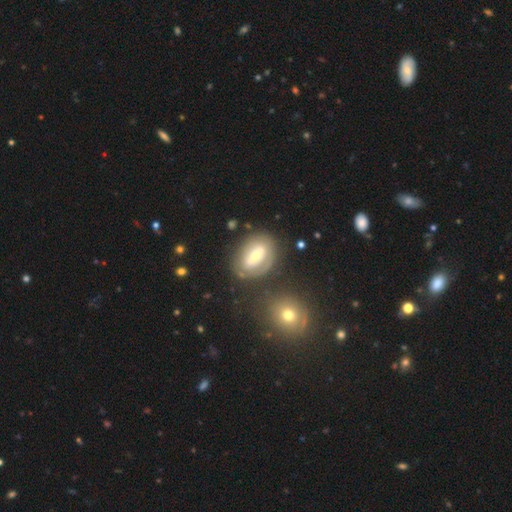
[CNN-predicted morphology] Overall: featured or disk (59%; smooth 34%). Edge-on disk: no (91%). Bar: strong (40%; weak 33%). Spiral arms: no (56%; yes 44%). Bulge size: moderate (47%; small 45%). Merging: none (68%).